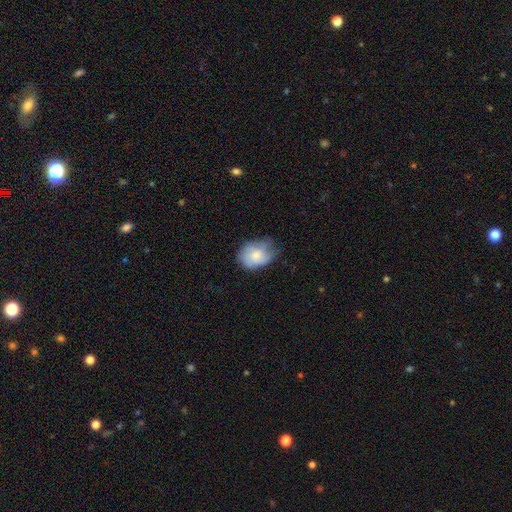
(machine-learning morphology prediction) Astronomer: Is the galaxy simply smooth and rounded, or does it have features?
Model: smooth — 66%.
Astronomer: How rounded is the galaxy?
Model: in between — 70%.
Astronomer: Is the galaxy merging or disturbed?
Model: none — 52% (runner-up: minor disturbance, 36%).